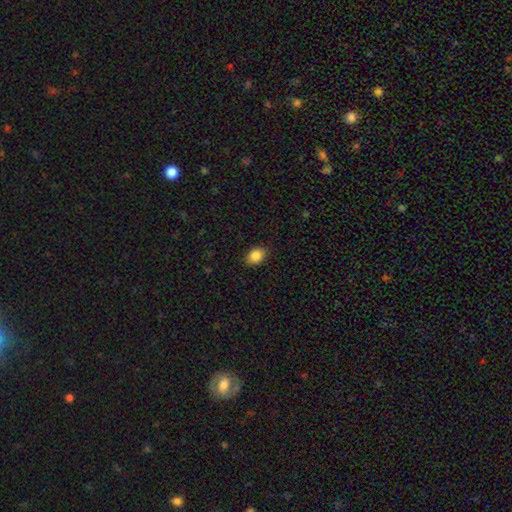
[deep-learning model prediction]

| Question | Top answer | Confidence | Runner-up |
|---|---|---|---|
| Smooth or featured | smooth | 87% | star or artifact (9%) |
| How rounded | in between | 71% | round (27%) |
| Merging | none | 85% | minor disturbance (12%) |